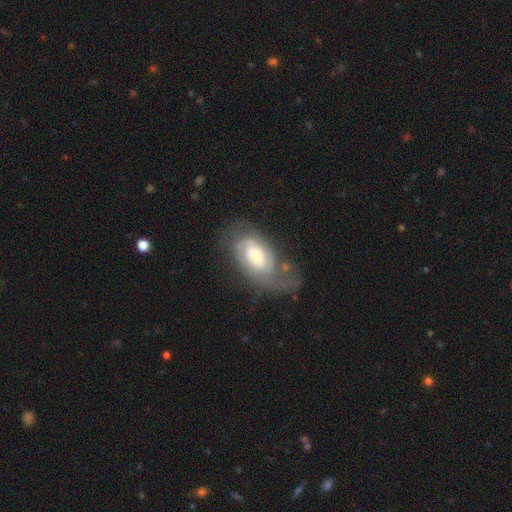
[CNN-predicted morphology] This appears to be a featured or disk galaxy (70%) with no bar (57%), 2 (51%) tight (43%) spiral arms (84%) and a moderate central bulge (49%). Merging: none (58%).